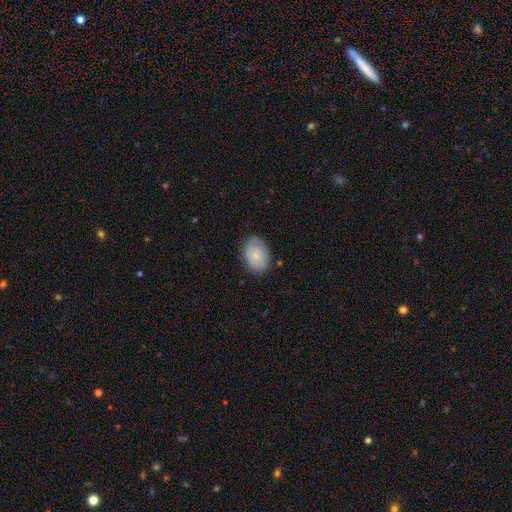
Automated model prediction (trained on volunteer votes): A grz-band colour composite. It shows a smooth galaxy with no disk features (70%) that is in between round and cigar-shaped (80%). Merging: none (74%).